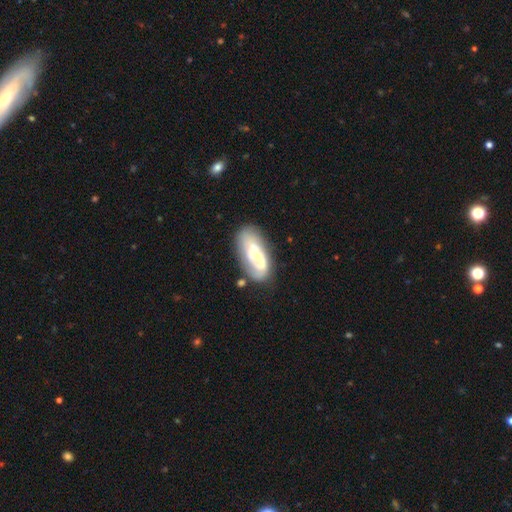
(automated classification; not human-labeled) A featured or disk galaxy (58%) with no bar (66%), spiral arms (71%) and a small central bulge (47%). Merging: none (61%).